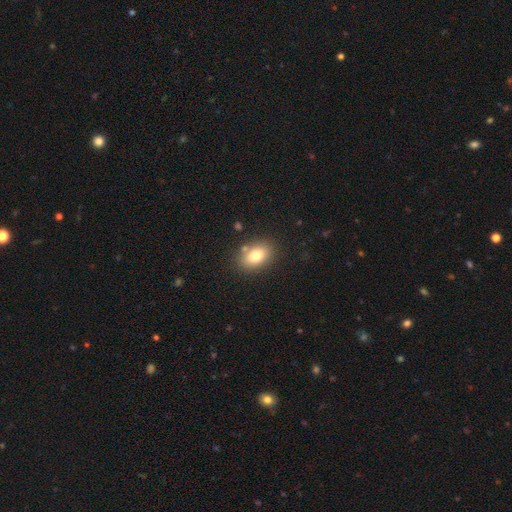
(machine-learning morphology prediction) Smooth or featured? Predicted: smooth (p=0.78). How rounded? Predicted: in between (p=0.81). Merging? Predicted: none (p=0.81).